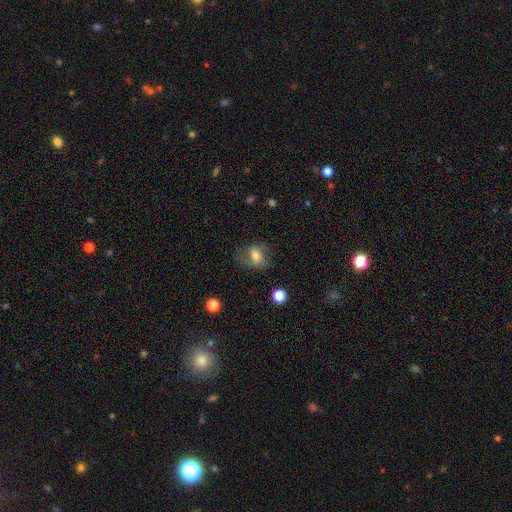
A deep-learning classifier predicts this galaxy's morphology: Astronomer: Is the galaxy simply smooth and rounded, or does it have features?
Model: smooth — 59%.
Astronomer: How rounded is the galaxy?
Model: in between — 69%.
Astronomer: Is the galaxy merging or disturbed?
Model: none — 61%.